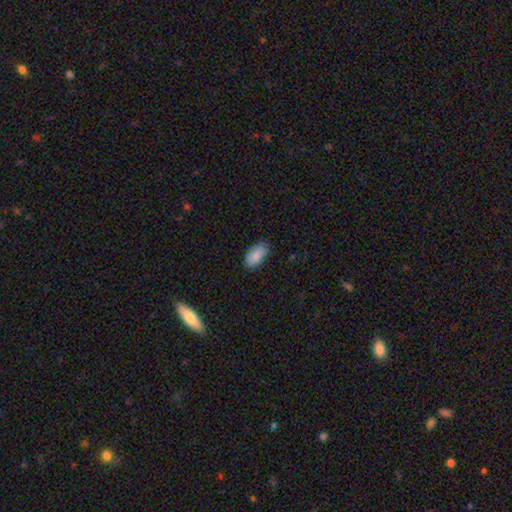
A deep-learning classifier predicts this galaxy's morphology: This is clearly a smooth galaxy (86%). How rounded: clearly in between (94%). Merging: likely none (74%).